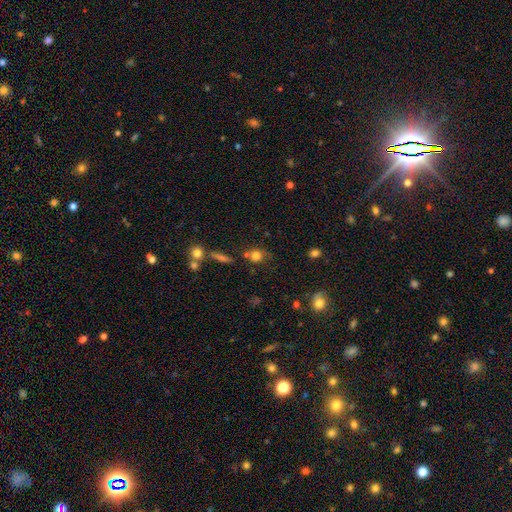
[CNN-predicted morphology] This appears to be a smooth galaxy with no disk features (78%) that is round (74%). Merging: none (61%).